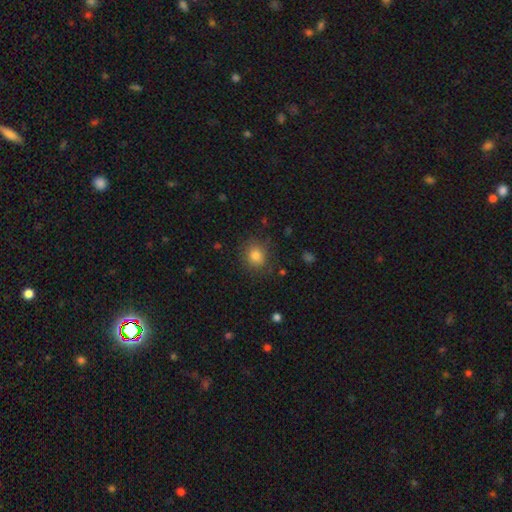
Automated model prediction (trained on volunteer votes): Smooth or featured? smooth (82%)
How rounded? round (79%)
Merging? none (84%)